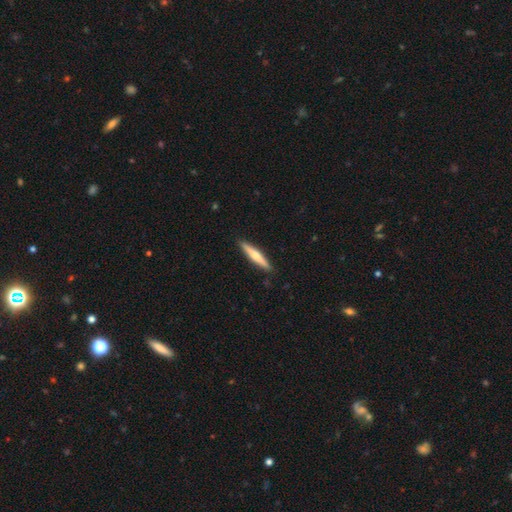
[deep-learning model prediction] Q: Smooth or featured?
A: featured or disk (49%); runner-up: smooth (46%)
Q: Merging?
A: none (91%); runner-up: minor disturbance (7%)